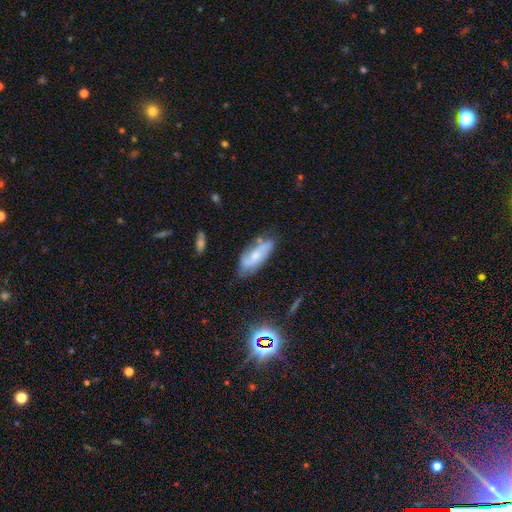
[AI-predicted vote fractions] Smooth or featured? Predicted: featured or disk (p=0.56). Edge-on disk? Predicted: no (p=0.86). Merging? Predicted: none (p=0.64).